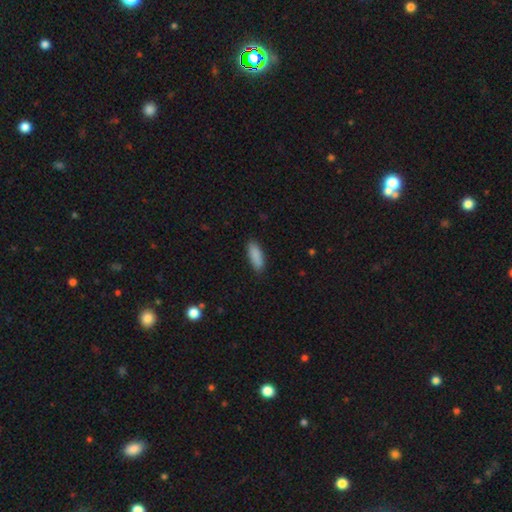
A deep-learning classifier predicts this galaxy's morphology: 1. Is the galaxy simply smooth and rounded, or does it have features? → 89% smooth, 6% star or artifact, 5% featured or disk.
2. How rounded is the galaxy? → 69% in between, 29% cigar-shaped, 2% round.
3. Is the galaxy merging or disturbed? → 85% none, 12% minor disturbance, 2% major disturbance, 1% merger.